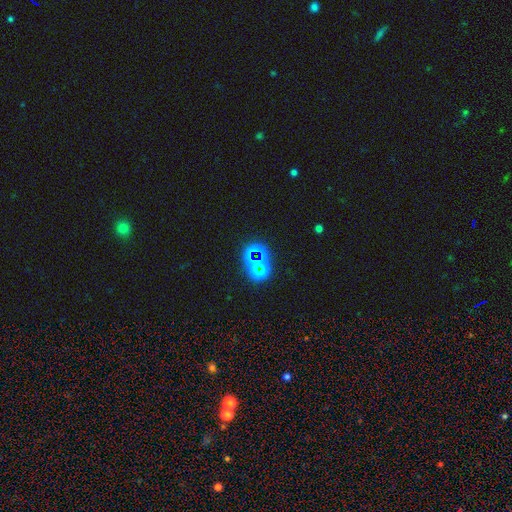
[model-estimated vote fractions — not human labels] Smooth or featured? Predicted: star or artifact (p=0.66).